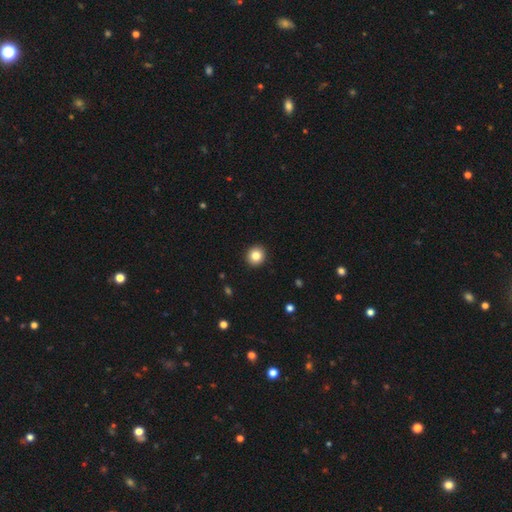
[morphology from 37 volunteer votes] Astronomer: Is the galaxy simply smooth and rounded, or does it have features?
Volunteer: smooth — 86%.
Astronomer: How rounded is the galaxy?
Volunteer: round — 97%.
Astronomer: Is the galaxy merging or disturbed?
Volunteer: none — 94%.